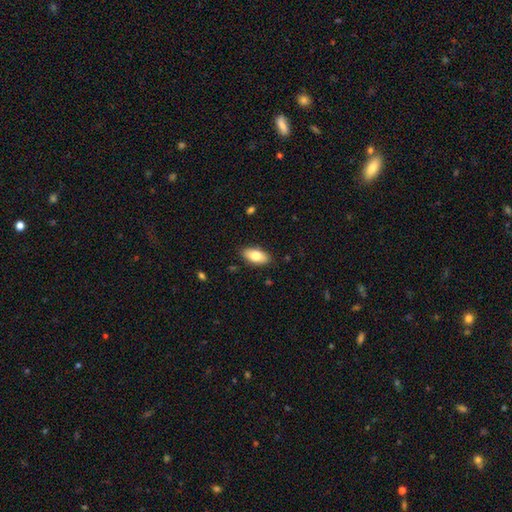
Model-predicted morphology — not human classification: smooth 78%, featured or disk 15%, star or artifact 6%. Down the decision tree: how rounded — in between (90%); merging — none (88%).